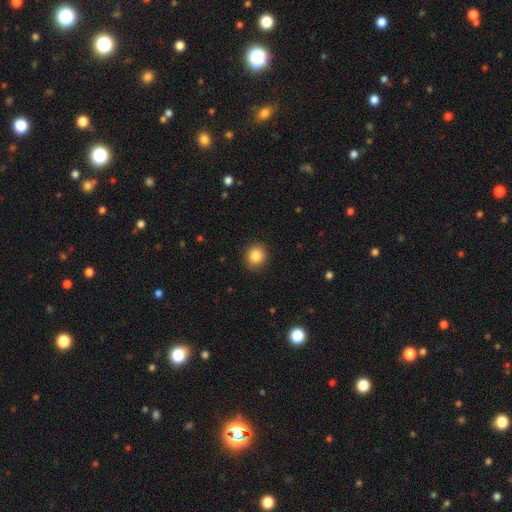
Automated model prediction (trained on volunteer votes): Morphology: type=smooth (86%); roundness=round (84%); merging=none (90%).